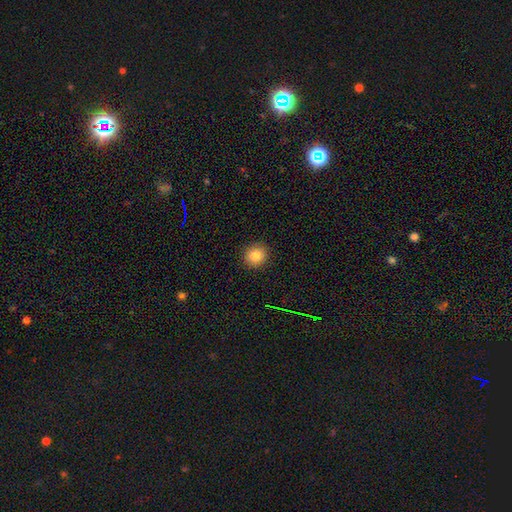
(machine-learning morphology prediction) A smooth galaxy with no disk features (81%) that is round (87%).

Vote fractions:
- Smooth or featured? smooth: 81% / star or artifact: 12% / featured or disk: 7%
- How rounded? round: 87% / in between: 12% / cigar-shaped: 1%
- Merging? none: 91% / minor disturbance: 6% / major disturbance: 2% / merger: 1%